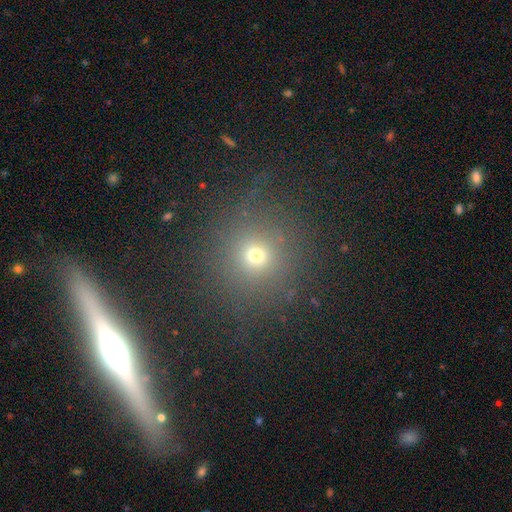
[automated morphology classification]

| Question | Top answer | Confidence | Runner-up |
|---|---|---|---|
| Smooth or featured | smooth | 66% | star or artifact (24%) |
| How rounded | round | 89% | in between (10%) |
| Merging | none | 81% | minor disturbance (10%) |